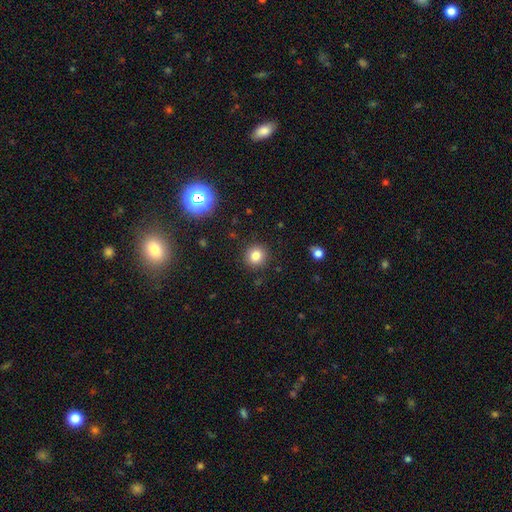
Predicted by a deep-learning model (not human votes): This is clearly a smooth galaxy (81%). How rounded: clearly round (91%). Merging: clearly none (90%).